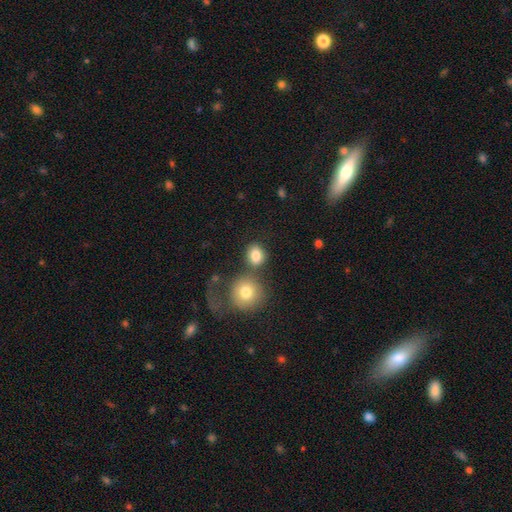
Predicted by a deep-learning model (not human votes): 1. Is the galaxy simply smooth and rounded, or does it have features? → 82% smooth, 9% star or artifact, 8% featured or disk.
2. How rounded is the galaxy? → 68% round, 31% in between, 1% cigar-shaped.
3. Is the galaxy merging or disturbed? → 61% none, 23% merger, 10% minor disturbance, 6% major disturbance.